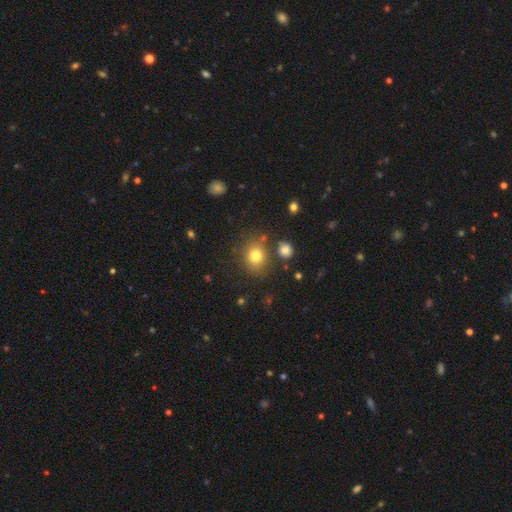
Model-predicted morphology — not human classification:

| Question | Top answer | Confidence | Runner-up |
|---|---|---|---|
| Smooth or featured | smooth | 78% | star or artifact (13%) |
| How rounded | round | 73% | in between (26%) |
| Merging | none | 77% | minor disturbance (12%) |